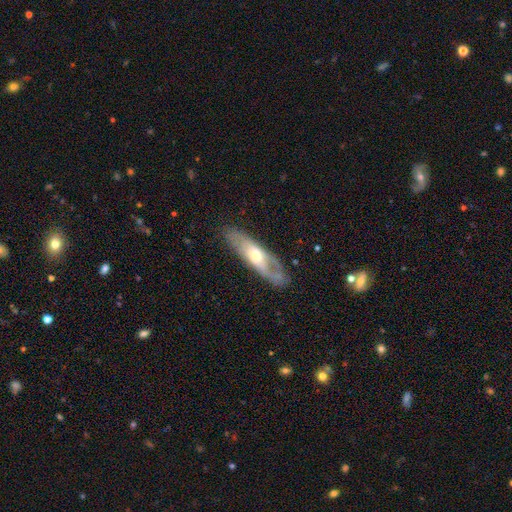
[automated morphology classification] Overall: featured or disk (65%; smooth 29%). Edge-on disk: no (68%; yes 32%). Merging: none (76%).